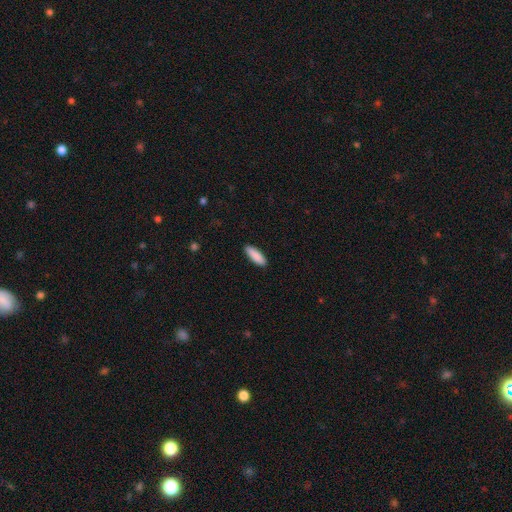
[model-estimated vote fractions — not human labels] Smooth or featured?
  - smooth: 90% *
  - star or artifact: 5%
  - featured or disk: 5%
How rounded?
  - cigar-shaped: 50% *
  - in between: 49%
  - round: 1%
Merging?
  - none: 91% *
  - minor disturbance: 7%
  - major disturbance: 2%
  - merger: 1%